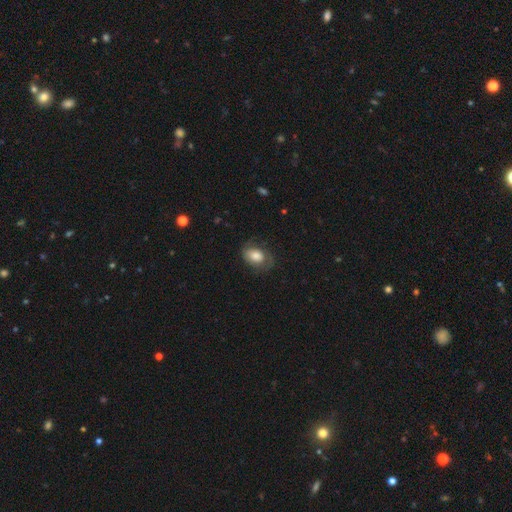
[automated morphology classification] This is likely a smooth galaxy (70%). How rounded: likely in between (78%). Merging: likely none (62%).